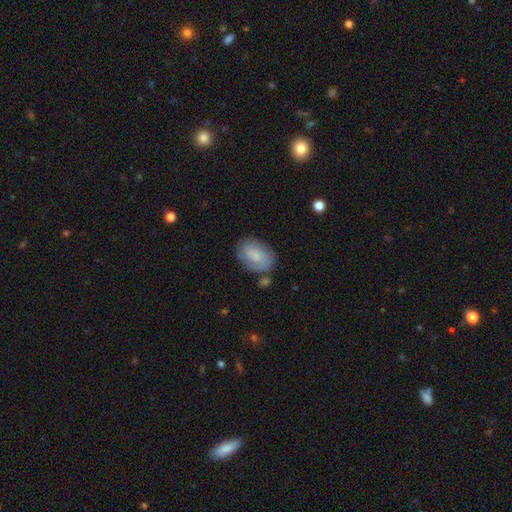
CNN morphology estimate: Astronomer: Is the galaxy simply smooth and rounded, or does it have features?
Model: featured or disk — 49% (runner-up: smooth, 43%).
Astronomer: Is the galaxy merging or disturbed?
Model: none — 74%.